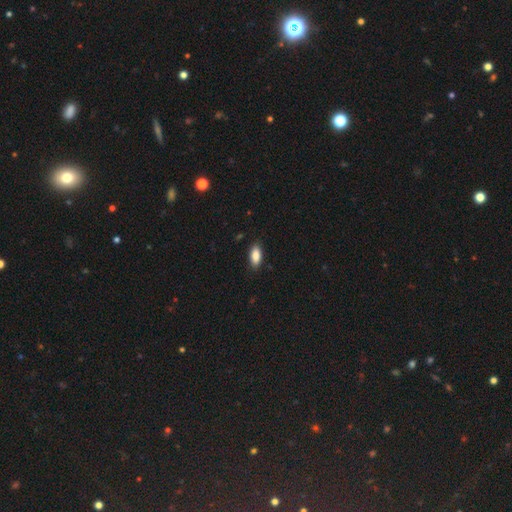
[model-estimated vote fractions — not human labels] This is clearly a smooth galaxy (87%). How rounded: clearly in between (88%). Merging: clearly none (87%).